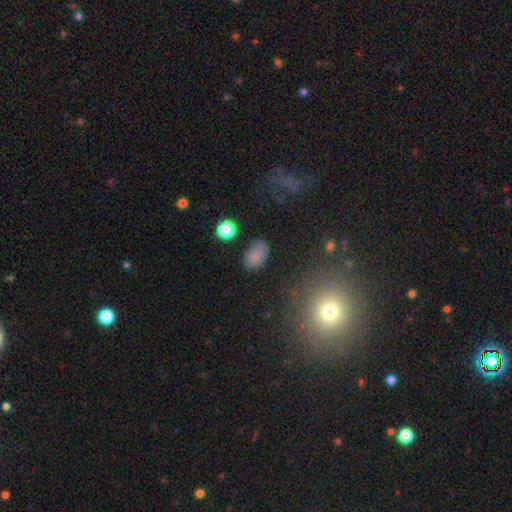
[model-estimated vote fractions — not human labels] Smooth or featured?
  - smooth: 79% *
  - star or artifact: 12%
  - featured or disk: 9%
How rounded?
  - in between: 88% *
  - round: 10%
  - cigar-shaped: 1%
Merging?
  - none: 75% *
  - minor disturbance: 18%
  - major disturbance: 5%
  - merger: 3%